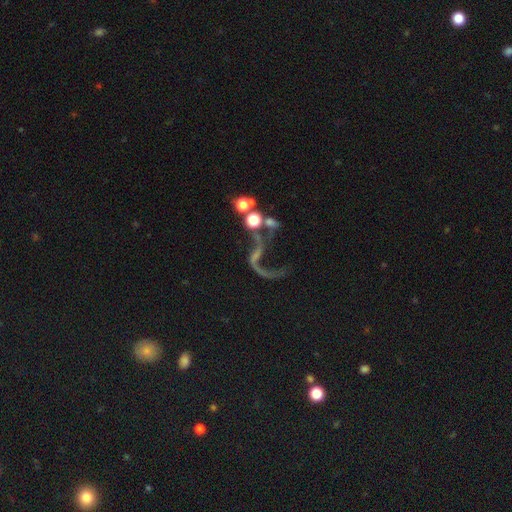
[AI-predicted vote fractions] The model was most divided on "merging": merger: 32%, none: 30%, major disturbance: 27%, minor disturbance: 12%. More confident: edge-on disk — no (89%); smooth or featured — featured or disk (55%).